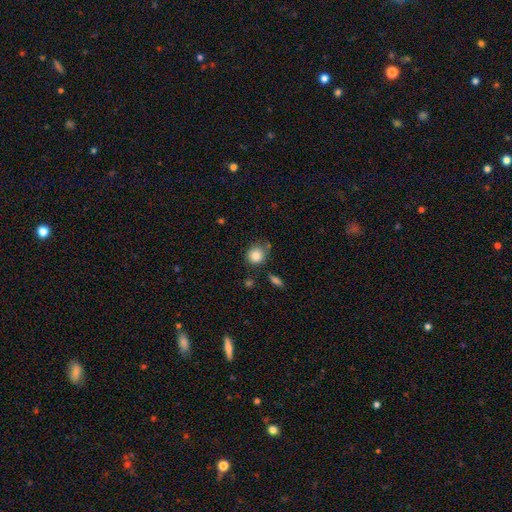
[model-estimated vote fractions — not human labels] This is clearly a smooth galaxy (83%). How rounded: clearly round (85%). Merging: likely none (68%).